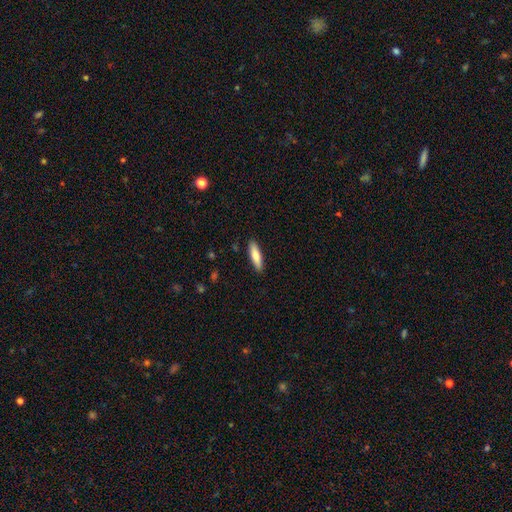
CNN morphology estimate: Smooth or featured? Predicted: smooth (p=0.80). How rounded? Predicted: cigar-shaped (p=0.66). Merging? Predicted: none (p=0.89).